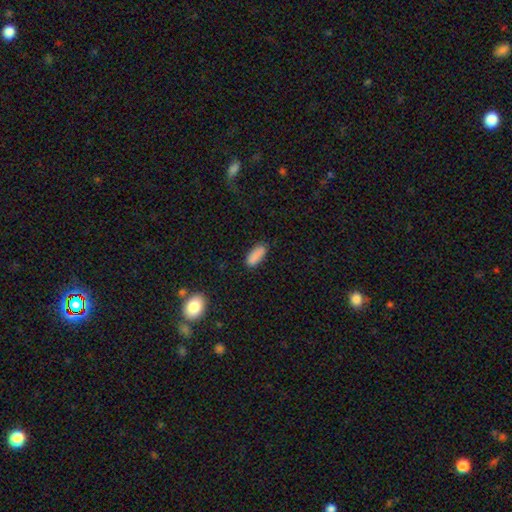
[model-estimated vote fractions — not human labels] smooth 88%, star or artifact 8%, featured or disk 4%. Down the decision tree: how rounded — in between (72%); merging — none (85%).